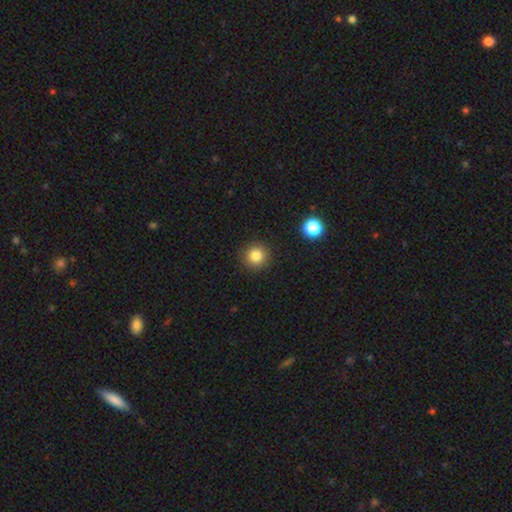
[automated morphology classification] This is clearly a smooth galaxy (83%). How rounded: clearly round (94%). Merging: clearly none (90%).